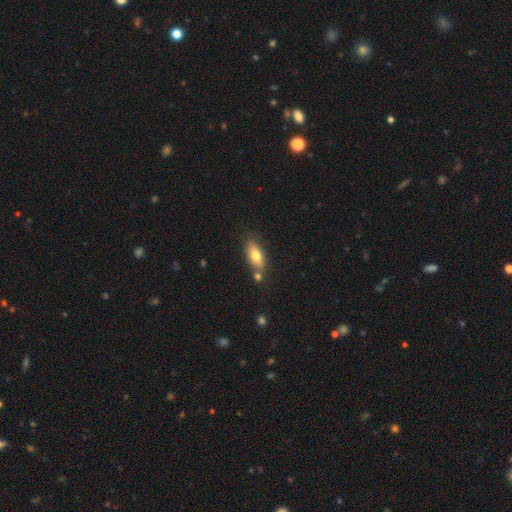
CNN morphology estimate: Smooth or featured?
  - smooth: 75% *
  - featured or disk: 18%
  - star or artifact: 7%
How rounded?
  - in between: 81% *
  - cigar-shaped: 16%
  - round: 4%
Merging?
  - none: 64% *
  - merger: 17%
  - minor disturbance: 15%
  - major disturbance: 4%